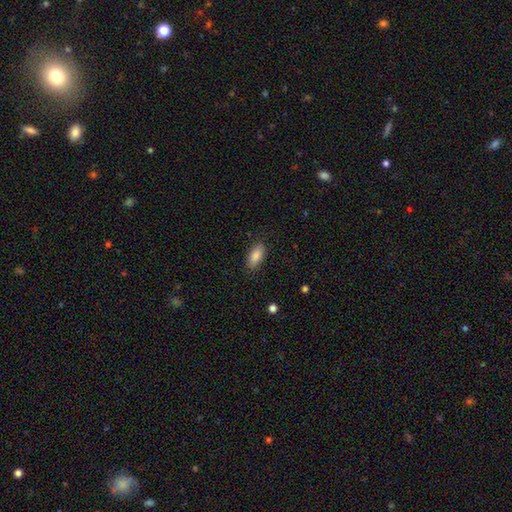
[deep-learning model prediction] This is clearly a smooth galaxy (85%). How rounded: clearly in between (86%). Merging: clearly none (86%).